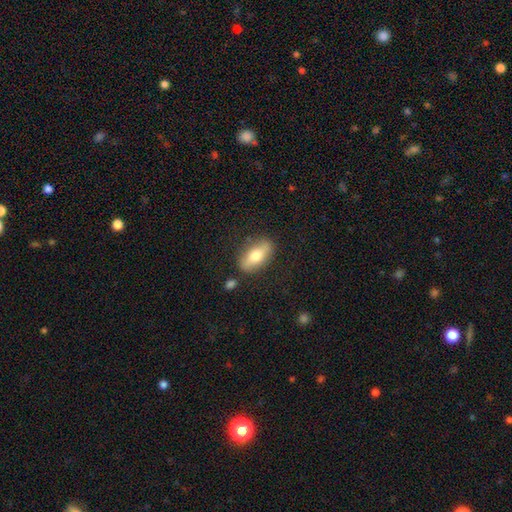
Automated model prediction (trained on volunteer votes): This appears to be a smooth galaxy with no disk features (62%) that is in between round and cigar-shaped (77%). Merging: none (82%).